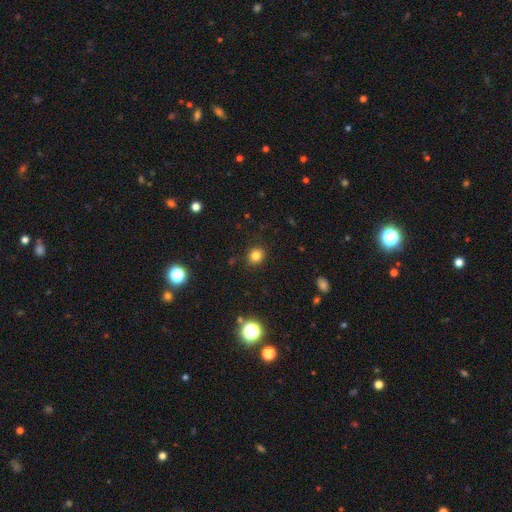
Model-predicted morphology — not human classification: smooth-or-featured: smooth: 81% | star or artifact: 14% | featured or disk: 5%
  how-rounded: round: 77% | in between: 22% | cigar-shaped: 1%
  merging: none: 89% | minor disturbance: 7% | major disturbance: 2% | merger: 1%